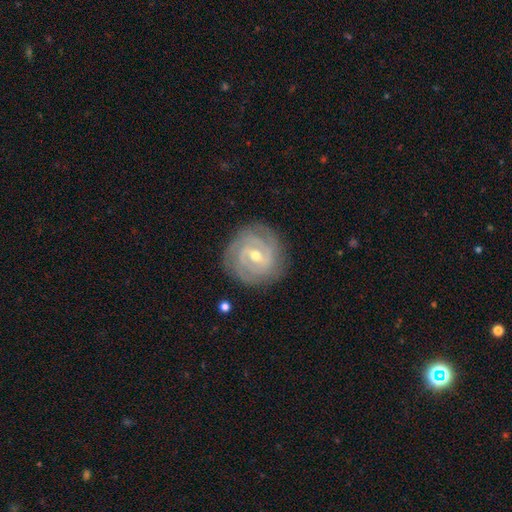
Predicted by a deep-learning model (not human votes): Smooth or featured? featured or disk (87%)
Edge-on disk? no (97%)
Bar? weak (53%)
Spiral arms? yes (96%)
Spiral winding? tight (75%)
Spiral arm count? 2 (33%)
Bulge size? moderate (58%)
Merging? none (84%)